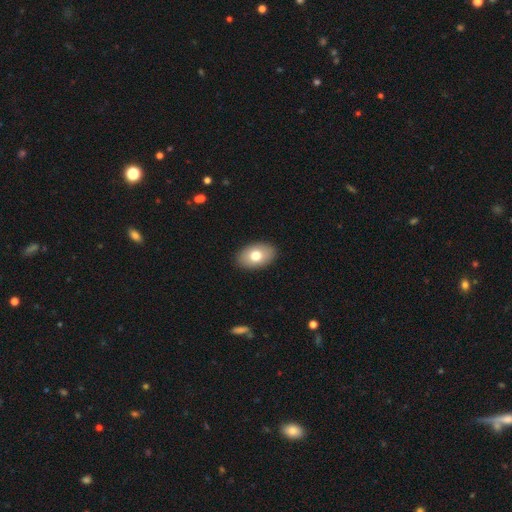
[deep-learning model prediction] The model was most divided on "smooth or featured": smooth: 75%, featured or disk: 18%, star or artifact: 7%. More confident: merging — none (90%); how rounded — in between (89%).